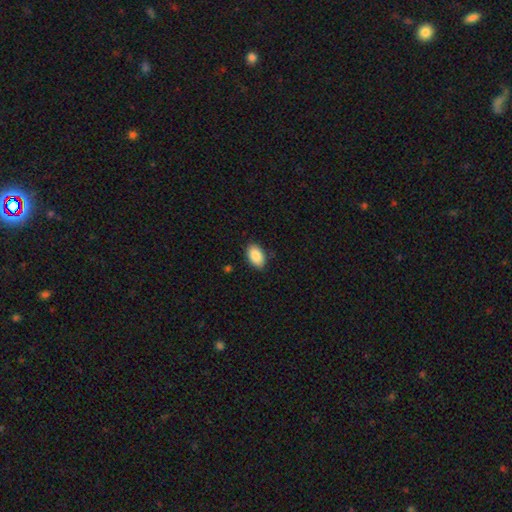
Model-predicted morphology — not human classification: Smooth or featured? Predicted: smooth (p=0.89). How rounded? Predicted: in between (p=0.93). Merging? Predicted: none (p=0.85).